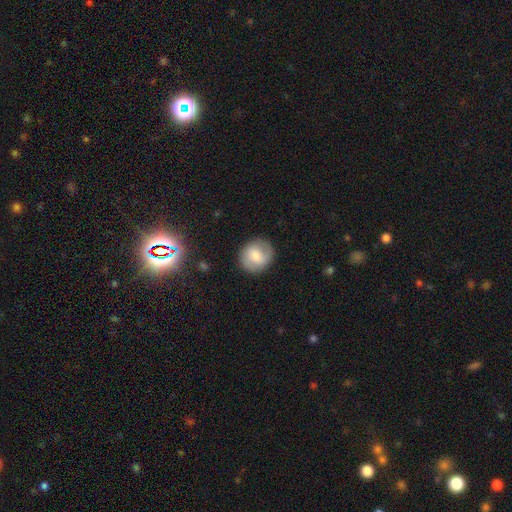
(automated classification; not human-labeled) A smooth galaxy with no disk features (56%) that is round (82%). Merging: none (85%).